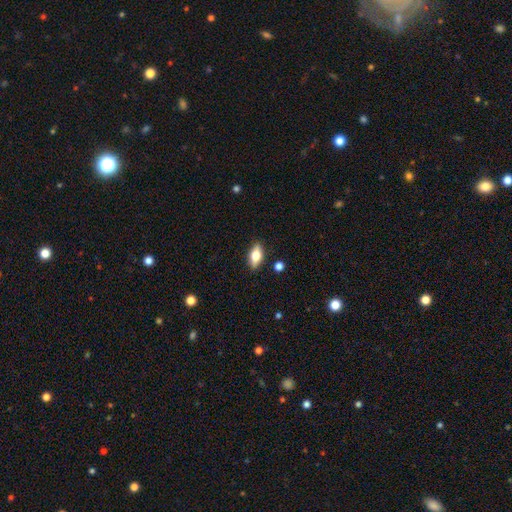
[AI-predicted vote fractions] Smooth or featured? smooth (64%)
How rounded? in between (83%)
Merging? none (87%)